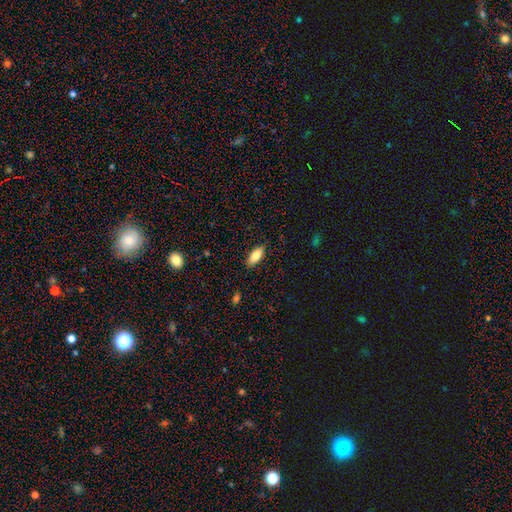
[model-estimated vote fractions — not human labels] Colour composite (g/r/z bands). It shows a smooth galaxy with no disk features (81%) that is in between round and cigar-shaped (80%). Merging: none (87%).